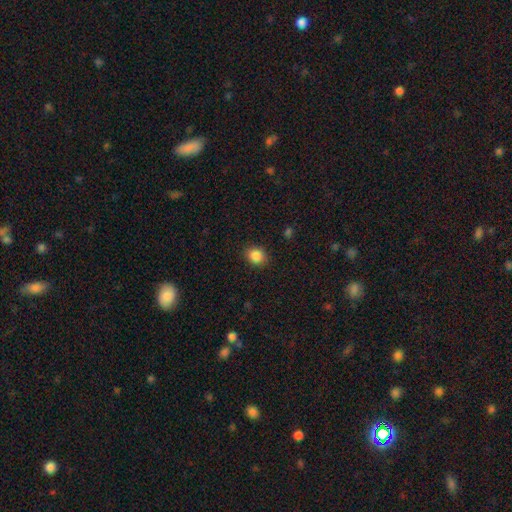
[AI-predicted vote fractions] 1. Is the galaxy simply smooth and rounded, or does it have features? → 86% smooth, 10% star or artifact, 4% featured or disk.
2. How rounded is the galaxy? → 59% round, 40% in between, 1% cigar-shaped.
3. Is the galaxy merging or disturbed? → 88% none, 8% minor disturbance, 2% major disturbance, 1% merger.